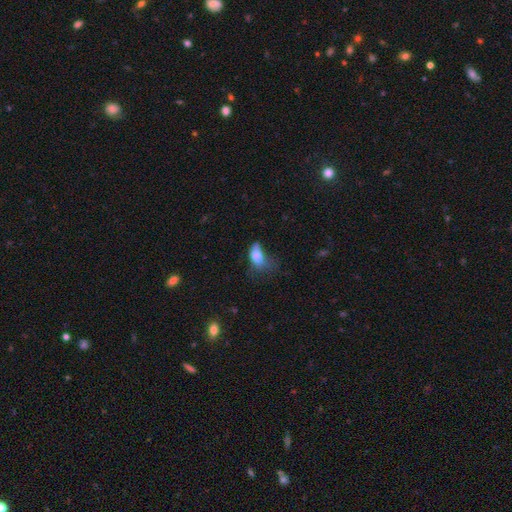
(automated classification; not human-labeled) Smooth or featured: smooth — 73% (featured or disk — 17%)
How rounded: in between — 85% (round — 11%)
Merging: major disturbance — 48% (minor disturbance — 28%)